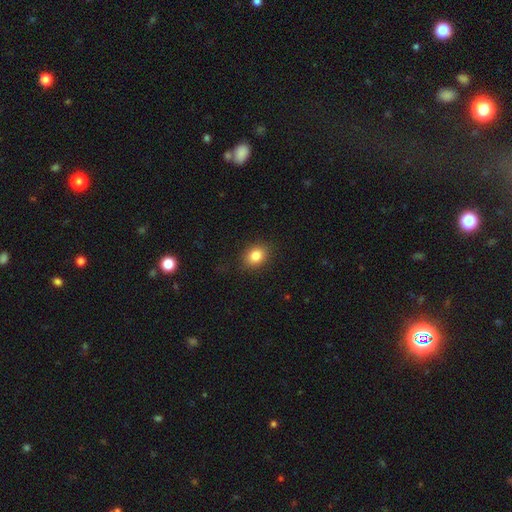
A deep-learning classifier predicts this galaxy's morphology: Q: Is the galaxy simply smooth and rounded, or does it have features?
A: smooth — 83%.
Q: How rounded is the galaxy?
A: in between — 53%.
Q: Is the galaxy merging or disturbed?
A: none — 85%.